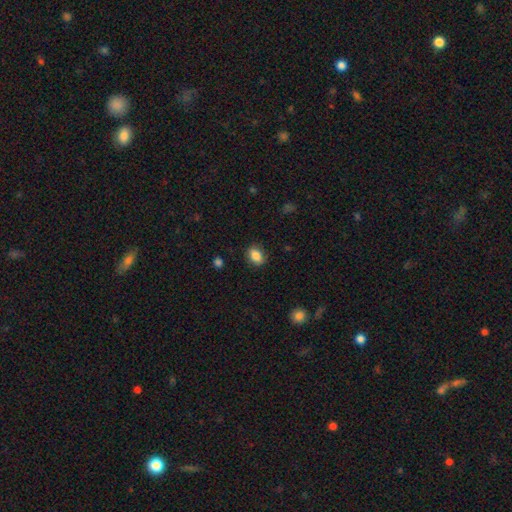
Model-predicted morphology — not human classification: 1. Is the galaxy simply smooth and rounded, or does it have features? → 86% smooth, 8% star or artifact, 6% featured or disk.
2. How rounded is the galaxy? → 73% in between, 26% round, 1% cigar-shaped.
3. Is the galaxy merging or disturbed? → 86% none, 10% minor disturbance, 3% major disturbance, 1% merger.